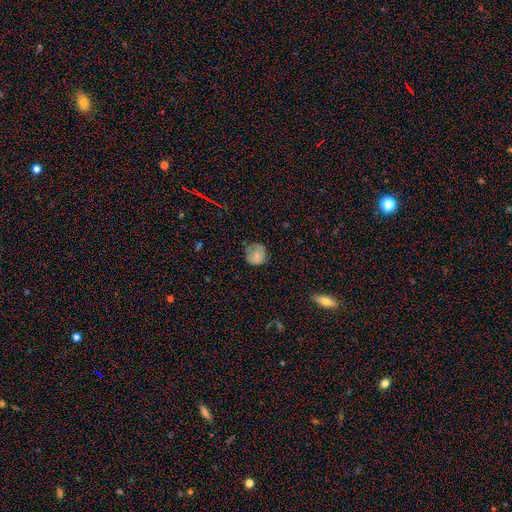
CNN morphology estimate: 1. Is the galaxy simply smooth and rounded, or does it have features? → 73% smooth, 15% featured or disk, 11% star or artifact.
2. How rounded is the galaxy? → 82% round, 17% in between, 1% cigar-shaped.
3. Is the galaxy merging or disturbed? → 59% none, 29% minor disturbance, 10% major disturbance, 2% merger.